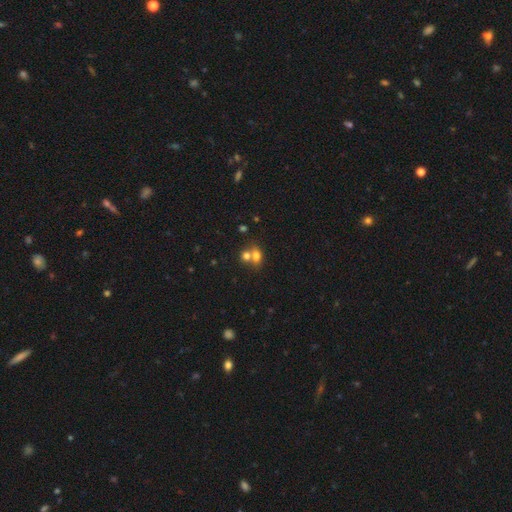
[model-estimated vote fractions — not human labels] Overall: smooth (73%). How rounded: in between (56%; round 42%). Merging: merger (59%; none 30%).